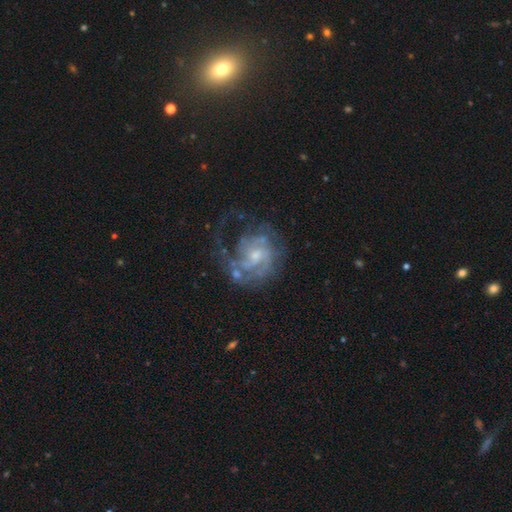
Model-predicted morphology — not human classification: Smooth or featured? featured or disk (84%)
Edge-on disk? no (98%)
Bar? no (54%)
Spiral arms? yes (92%)
Spiral winding? tight (46%)
Spiral arm count? 2 (35%)
Bulge size? small (52%)
Merging? none (48%)